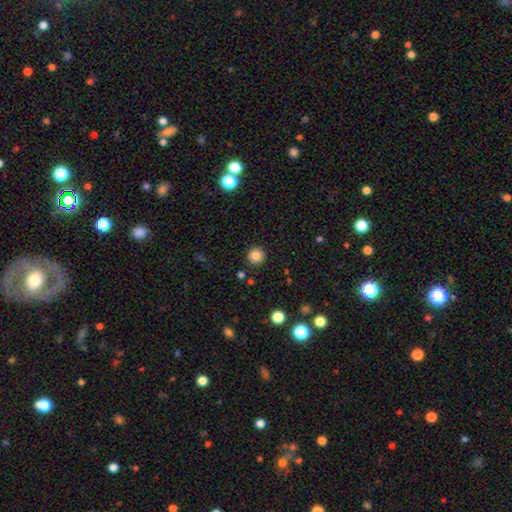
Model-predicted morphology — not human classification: A smooth galaxy with no disk features (85%) that is round (93%). Merging: none (90%).